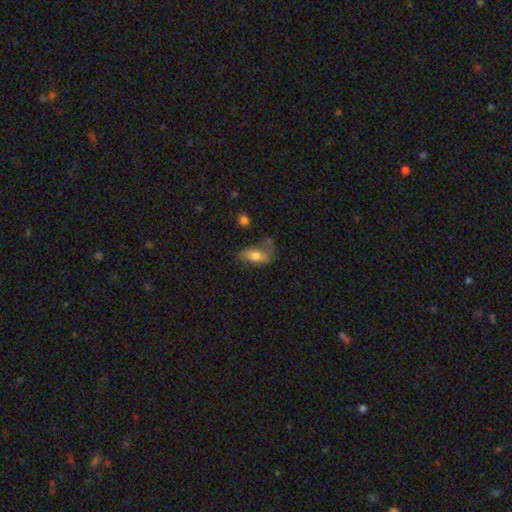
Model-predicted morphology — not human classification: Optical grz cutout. It shows a smooth galaxy with no disk features (66%) that is in between round and cigar-shaped (84%). Merging: none (39%).